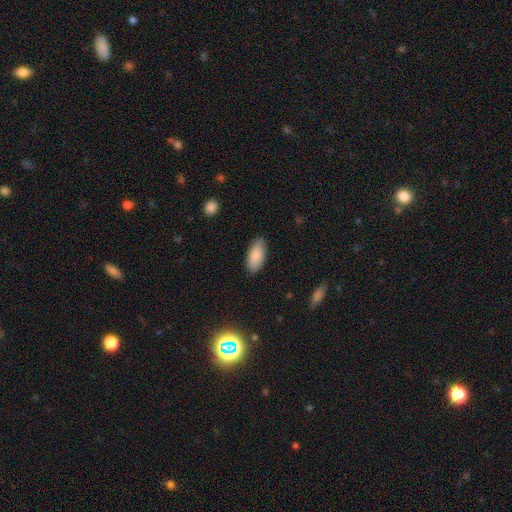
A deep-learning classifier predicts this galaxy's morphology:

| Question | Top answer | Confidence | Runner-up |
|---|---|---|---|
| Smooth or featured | smooth | 88% | featured or disk (6%) |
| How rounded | in between | 89% | cigar-shaped (9%) |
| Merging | none | 85% | minor disturbance (11%) |